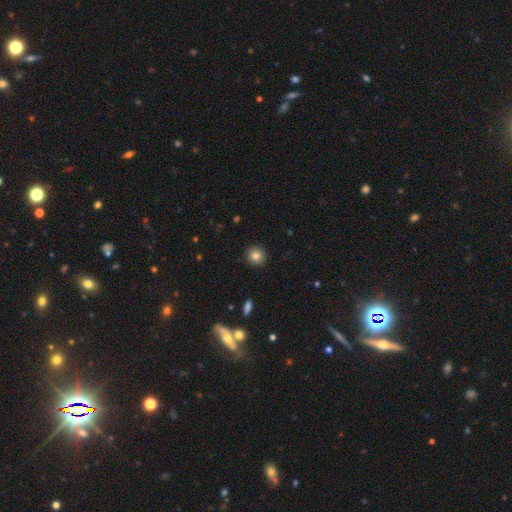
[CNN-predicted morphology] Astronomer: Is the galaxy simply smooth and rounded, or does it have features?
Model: smooth — 83%.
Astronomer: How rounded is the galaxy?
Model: round — 91%.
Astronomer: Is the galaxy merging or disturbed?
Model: none — 92%.